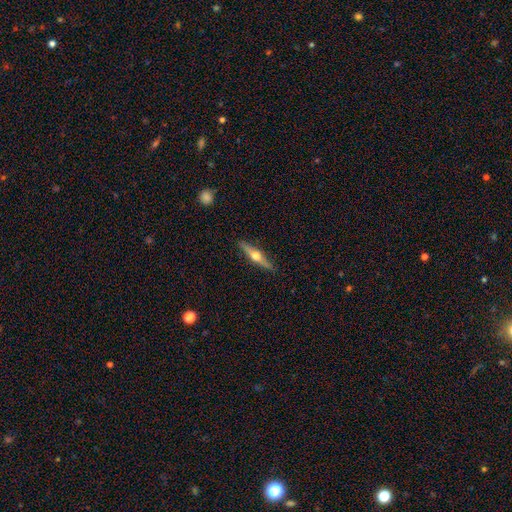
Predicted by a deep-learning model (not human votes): Smooth or featured? Predicted: featured or disk (p=0.70). Edge-on disk? Predicted: yes (p=0.97). Edge-on bulge? Predicted: rounded (p=0.95). Merging? Predicted: none (p=0.89).